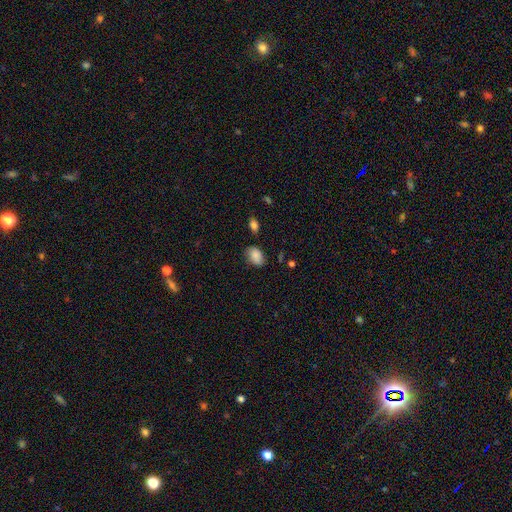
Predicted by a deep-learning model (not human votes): Smooth or featured? smooth (86%)
How rounded? in between (86%)
Merging? none (75%)